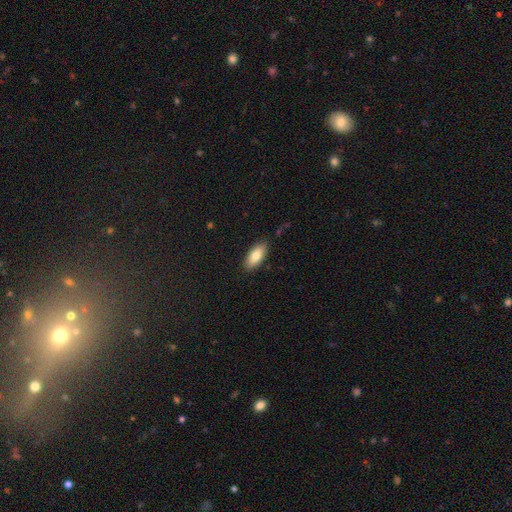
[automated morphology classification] A smooth galaxy with no disk features (81%) that is in between round and cigar-shaped (87%). Merging: none (86%).